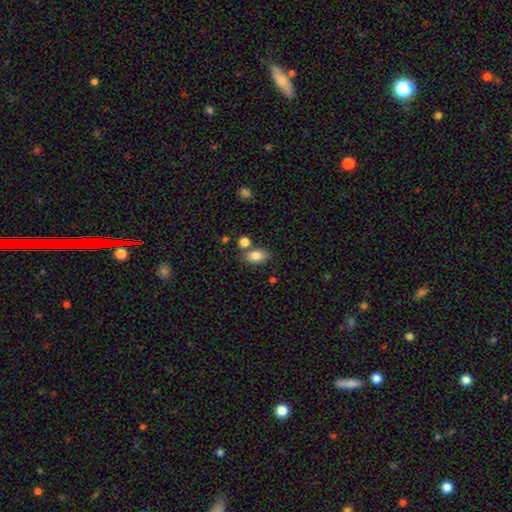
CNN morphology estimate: Smooth or featured?
  - smooth: 83% *
  - star or artifact: 9%
  - featured or disk: 8%
How rounded?
  - in between: 82% *
  - round: 15%
  - cigar-shaped: 2%
Merging?
  - none: 68% *
  - merger: 15%
  - minor disturbance: 13%
  - major disturbance: 4%